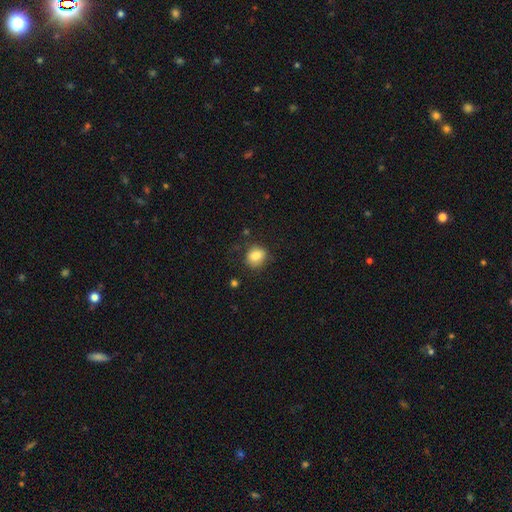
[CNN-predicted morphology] Q: Smooth or featured?
A: smooth (83%); runner-up: star or artifact (9%)
Q: How rounded?
A: round (60%); runner-up: in between (39%)
Q: Merging?
A: none (73%); runner-up: minor disturbance (18%)